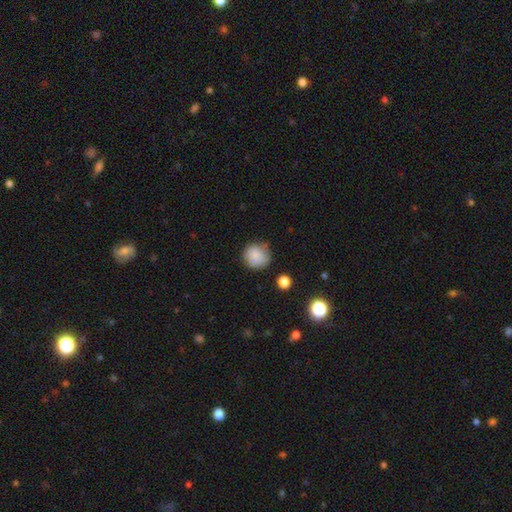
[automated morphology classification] The model was most divided on "merging": none: 77%, minor disturbance: 17%, major disturbance: 4%, merger: 3%. More confident: how rounded — round (91%); smooth or featured — smooth (86%).